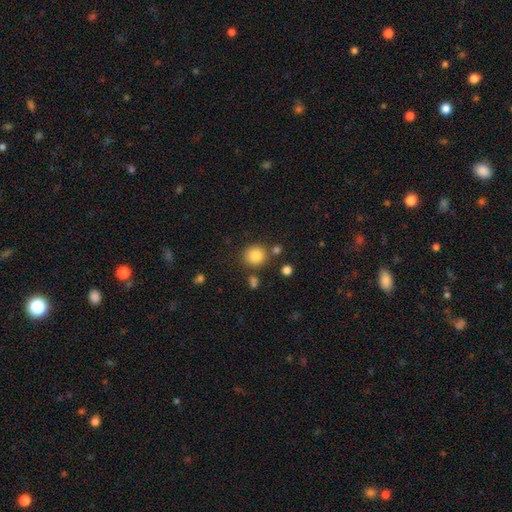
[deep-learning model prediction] The model was most divided on "merging": none: 80%, minor disturbance: 9%, merger: 7%, major disturbance: 3%. More confident: how rounded — round (90%); smooth or featured — smooth (84%).